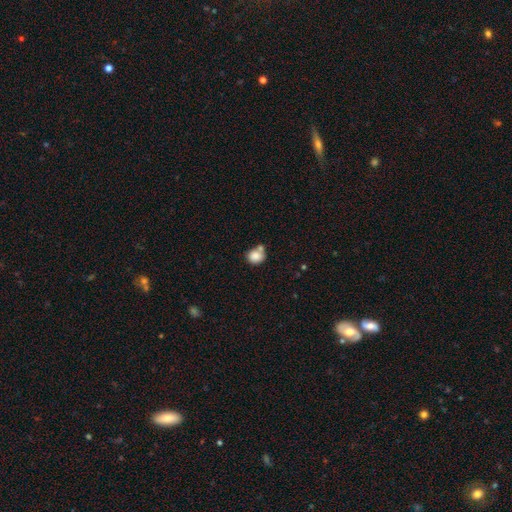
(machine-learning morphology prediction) Smooth or featured: smooth — 84% (star or artifact — 9%)
How rounded: round — 72% (in between — 27%)
Merging: none — 47% (merger — 33%)